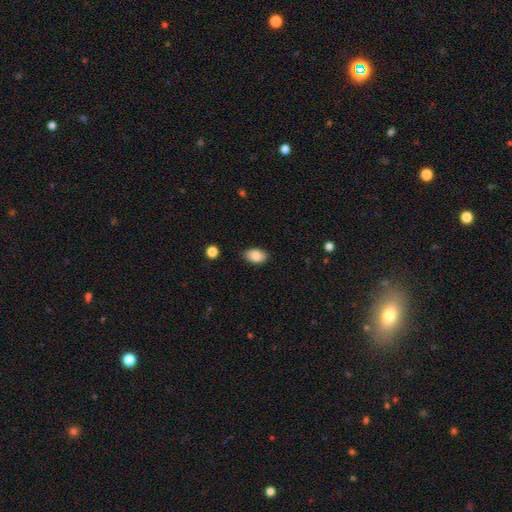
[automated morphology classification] A smooth galaxy with no disk features (86%) that is in between round and cigar-shaped (91%).

Vote fractions:
- Smooth or featured? smooth: 86% / star or artifact: 7% / featured or disk: 7%
- How rounded? in between: 91% / round: 7% / cigar-shaped: 1%
- Merging? none: 86% / minor disturbance: 11% / major disturbance: 2% / merger: 1%